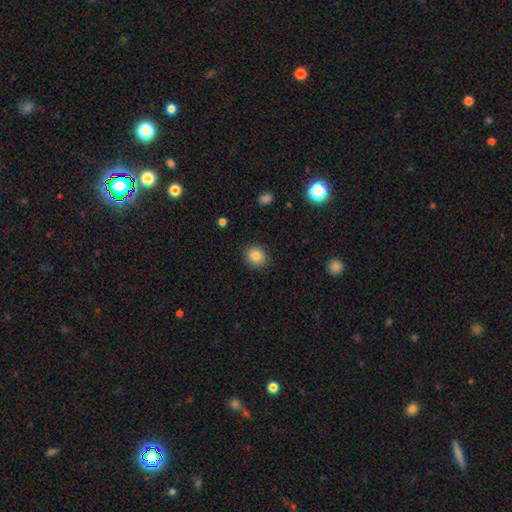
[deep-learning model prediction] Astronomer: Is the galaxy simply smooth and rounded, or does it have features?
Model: smooth — 85%.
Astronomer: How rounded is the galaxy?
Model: round — 66%.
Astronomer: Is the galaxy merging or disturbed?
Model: none — 88%.